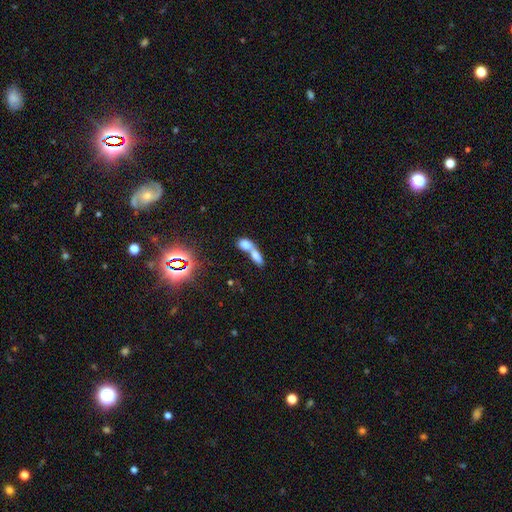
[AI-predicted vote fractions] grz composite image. It shows a smooth galaxy with no disk features (73%) that is in between round and cigar-shaped (70%). Merging: merger (75%).